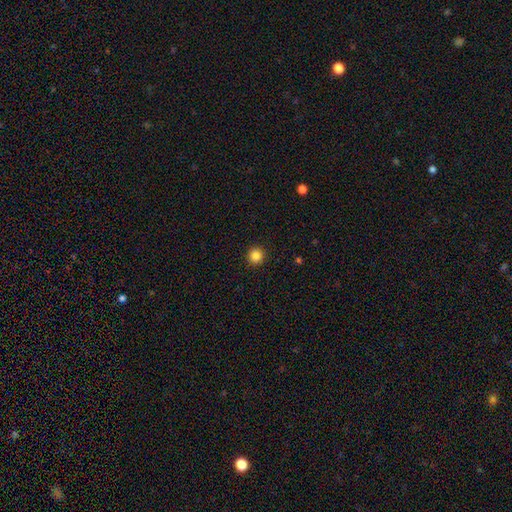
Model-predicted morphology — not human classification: This is clearly a smooth galaxy (85%). How rounded: clearly round (95%). Merging: clearly none (93%).